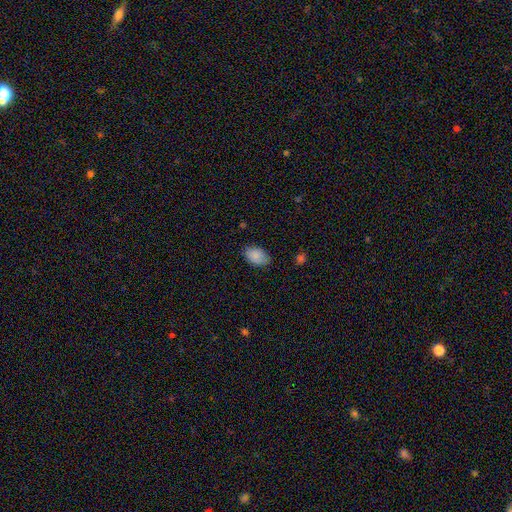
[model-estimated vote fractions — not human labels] The model was most divided on "merging": none: 78%, minor disturbance: 17%, major disturbance: 3%, merger: 1%. More confident: how rounded — in between (90%); smooth or featured — smooth (88%).